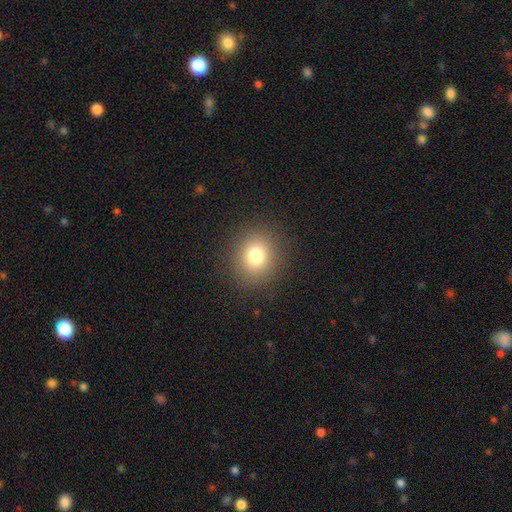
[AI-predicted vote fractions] smooth_or_featured: smooth (p=0.78) [alt: star or artifact p=0.14]
how_rounded: round (p=0.81) [alt: in between p=0.18]
merging: none (p=0.89) [alt: minor disturbance p=0.07]